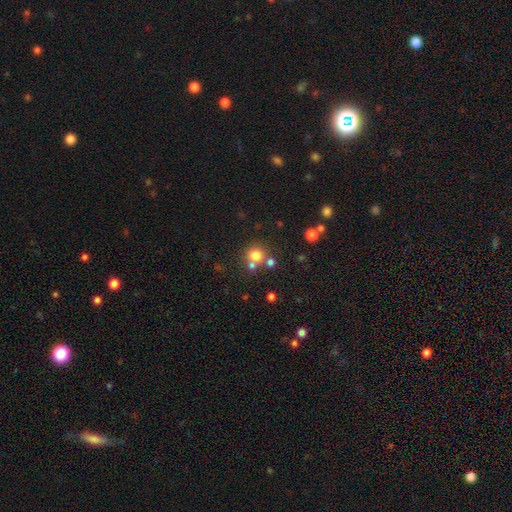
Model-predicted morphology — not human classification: This is likely a smooth galaxy (75%). How rounded: clearly round (88%). Merging: possibly none (59%).